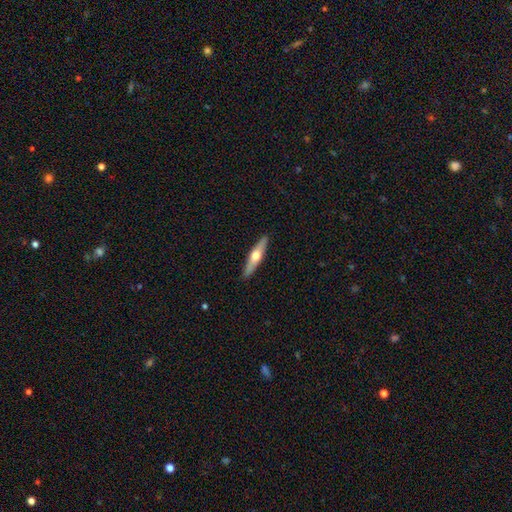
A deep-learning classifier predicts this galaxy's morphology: smooth-or-featured: featured or disk: 53% | smooth: 42% | star or artifact: 5%
  disk-edge-on: yes: 93% | no: 7%
  merging: none: 91% | minor disturbance: 7% | major disturbance: 1% | merger: 1%